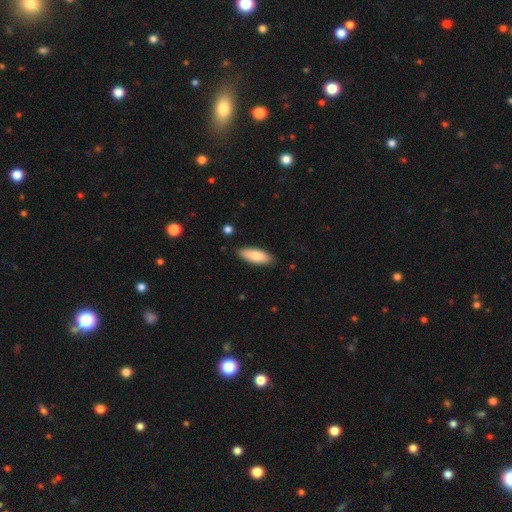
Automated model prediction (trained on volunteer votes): Overall: smooth (81%). How rounded: in between (74%). Merging: none (86%).